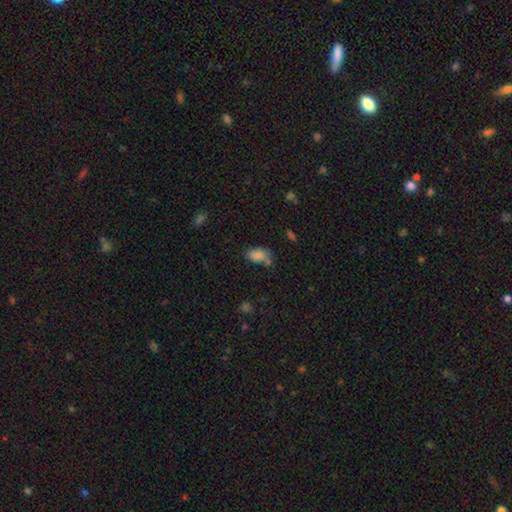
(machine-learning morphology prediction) smooth-or-featured: smooth: 80% | star or artifact: 13% | featured or disk: 7%
  how-rounded: in between: 90% | round: 8% | cigar-shaped: 3%
  merging: none: 62% | minor disturbance: 21% | merger: 11% | major disturbance: 6%